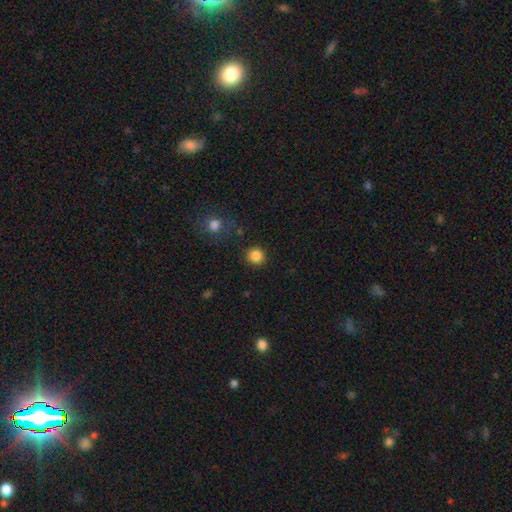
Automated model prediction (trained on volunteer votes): This is clearly a smooth galaxy (85%). How rounded: clearly round (92%). Merging: clearly none (89%).